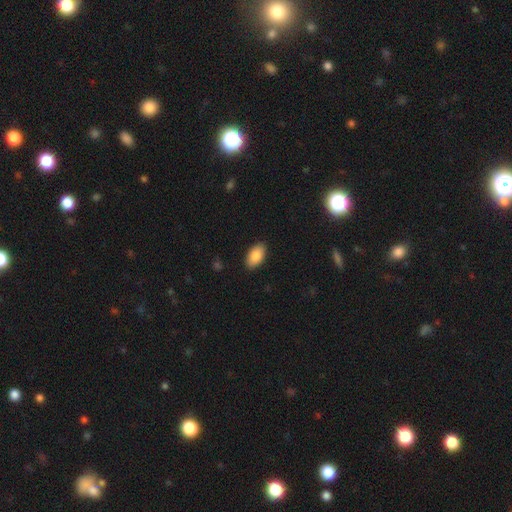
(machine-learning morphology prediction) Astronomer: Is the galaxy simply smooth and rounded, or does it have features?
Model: smooth — 88%.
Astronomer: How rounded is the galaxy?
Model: in between — 94%.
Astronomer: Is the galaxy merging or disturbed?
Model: none — 88%.